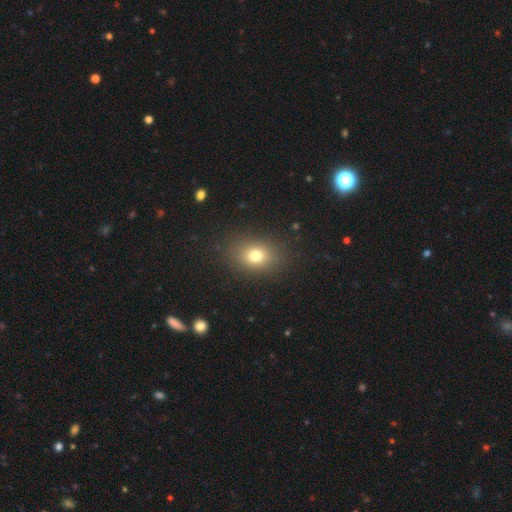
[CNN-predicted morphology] Q: Smooth or featured?
A: smooth (76%); runner-up: star or artifact (14%)
Q: How rounded?
A: in between (60%); runner-up: round (39%)
Q: Merging?
A: none (86%); runner-up: minor disturbance (9%)